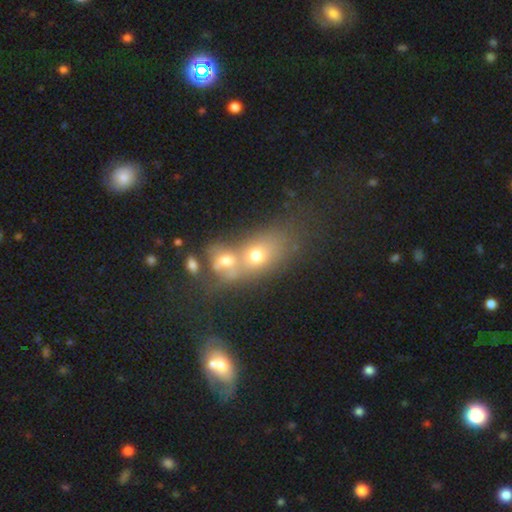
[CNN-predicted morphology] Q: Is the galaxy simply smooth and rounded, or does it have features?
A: smooth — 55%.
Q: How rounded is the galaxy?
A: in between — 57%.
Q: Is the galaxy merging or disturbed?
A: merger — 63%.